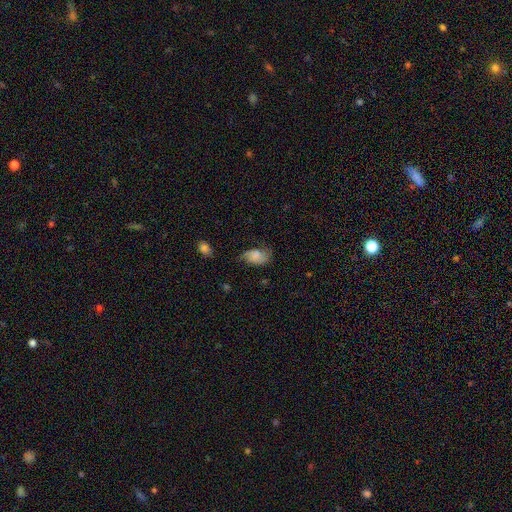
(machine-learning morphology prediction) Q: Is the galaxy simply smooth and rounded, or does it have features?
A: smooth — 72%.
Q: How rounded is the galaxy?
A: in between — 91%.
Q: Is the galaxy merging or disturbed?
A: none — 53%.